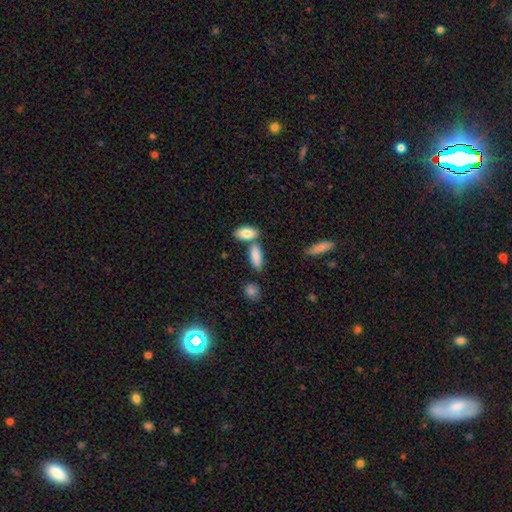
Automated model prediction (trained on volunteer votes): A smooth galaxy with no disk features (84%) that is in between round and cigar-shaped (74%). Merging: none (63%).